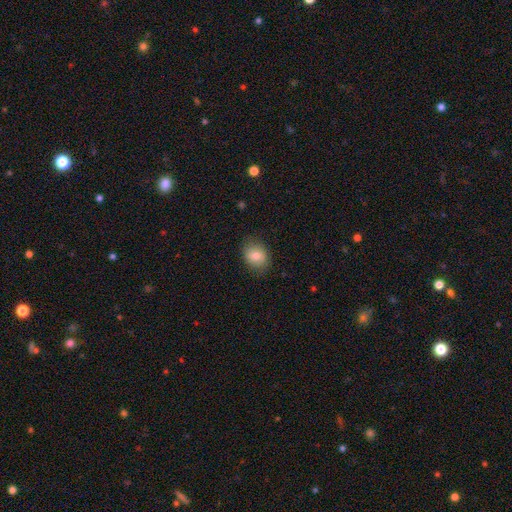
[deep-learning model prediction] smooth-or-featured: smooth: 82% | featured or disk: 9% | star or artifact: 8%
  how-rounded: in between: 51% | round: 48% | cigar-shaped: 1%
  merging: none: 84% | minor disturbance: 12% | major disturbance: 3% | merger: 1%